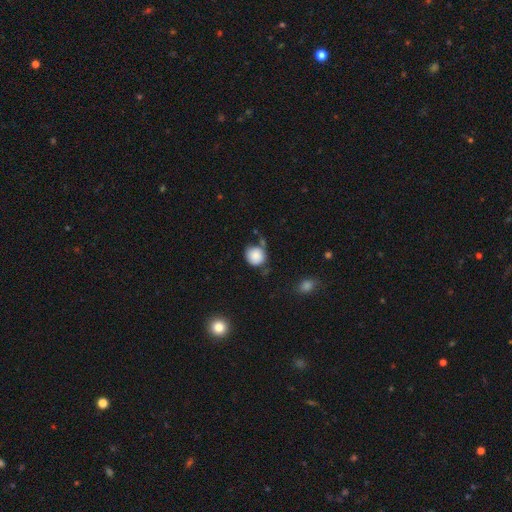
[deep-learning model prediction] A smooth galaxy with no disk features (86%) that is round (87%).

Vote fractions:
- Smooth or featured? smooth: 86% / star or artifact: 8% / featured or disk: 5%
- How rounded? round: 87% / in between: 12% / cigar-shaped: 1%
- Merging? none: 65% / minor disturbance: 20% / merger: 10% / major disturbance: 6%